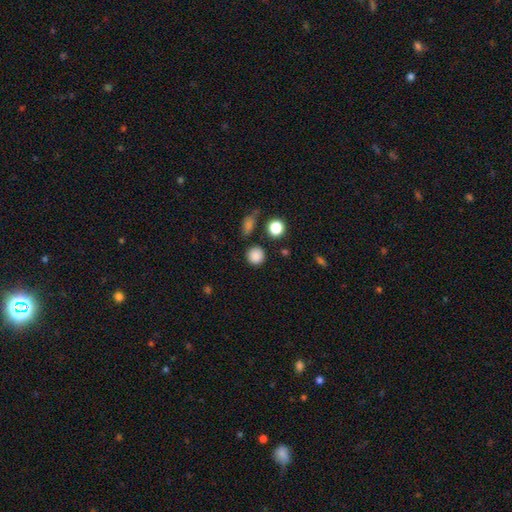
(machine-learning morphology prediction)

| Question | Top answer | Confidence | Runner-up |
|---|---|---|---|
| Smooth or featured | smooth | 86% | star or artifact (11%) |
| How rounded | round | 91% | in between (7%) |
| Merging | none | 84% | minor disturbance (9%) |